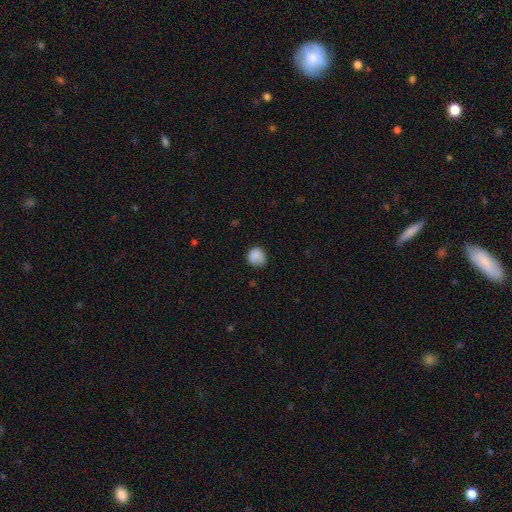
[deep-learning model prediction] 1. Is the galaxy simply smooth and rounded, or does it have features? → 86% smooth, 9% star or artifact, 6% featured or disk.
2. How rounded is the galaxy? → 81% round, 18% in between, 1% cigar-shaped.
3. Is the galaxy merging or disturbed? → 70% none, 23% minor disturbance, 6% major disturbance, 2% merger.